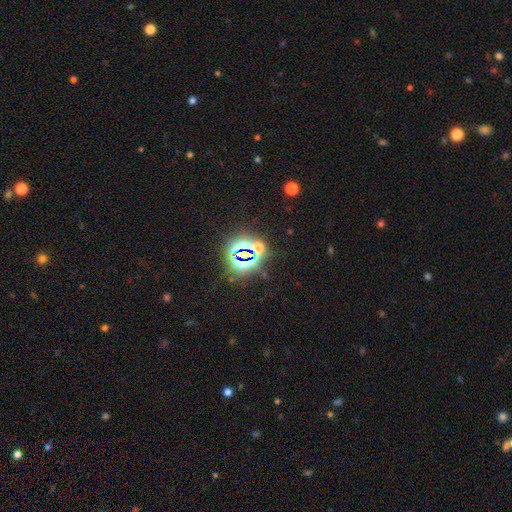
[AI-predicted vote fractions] Smooth or featured?
  - star or artifact: 81% *
  - smooth: 12%
  - featured or disk: 7%